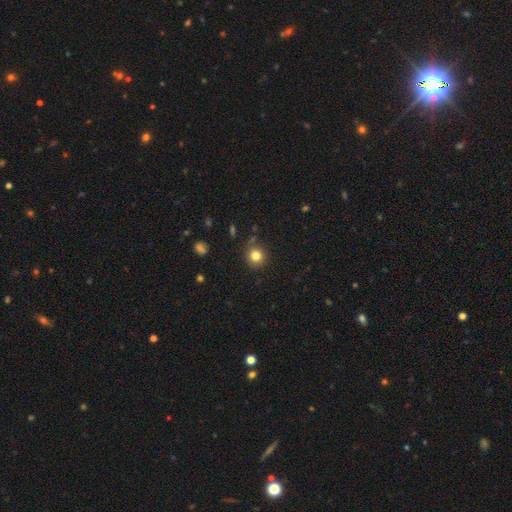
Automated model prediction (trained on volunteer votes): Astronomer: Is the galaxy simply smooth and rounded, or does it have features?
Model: smooth — 82%.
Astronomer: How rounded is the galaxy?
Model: round — 90%.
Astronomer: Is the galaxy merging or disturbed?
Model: none — 83%.